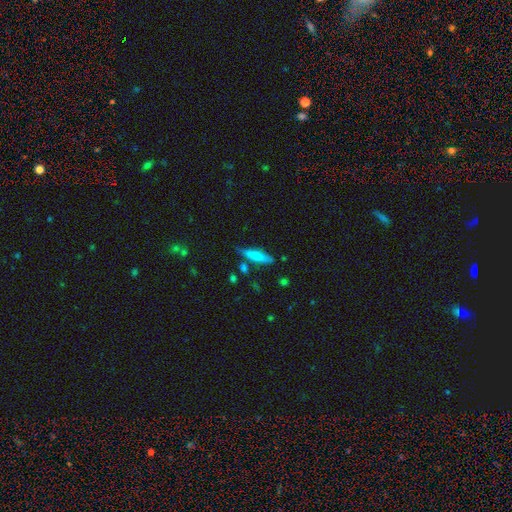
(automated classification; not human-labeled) This is likely a smooth galaxy (71%). How rounded: likely cigar-shaped (75%). Merging: likely none (68%).